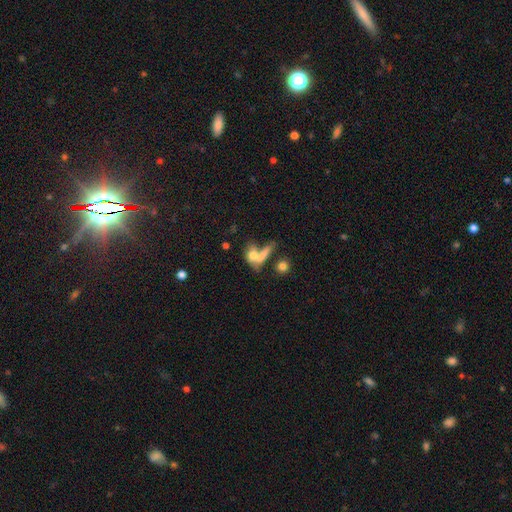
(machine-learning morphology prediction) smooth 65%, featured or disk 23%, star or artifact 11%. Down the decision tree: how rounded — in between (61%); merging — merger (45%).